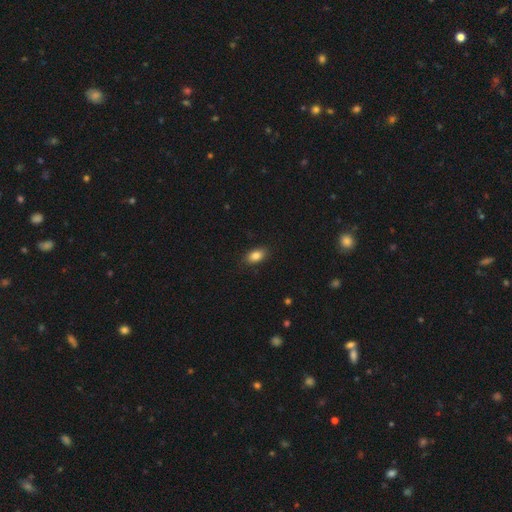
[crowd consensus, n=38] smooth-or-featured: smooth: 82% | star or artifact: 11% | featured or disk: 8%
  how-rounded: in between: 87% | round: 6% | cigar-shaped: 6%
  merging: none: 82% | minor disturbance: 12% | major disturbance: 6% | merger: 0%